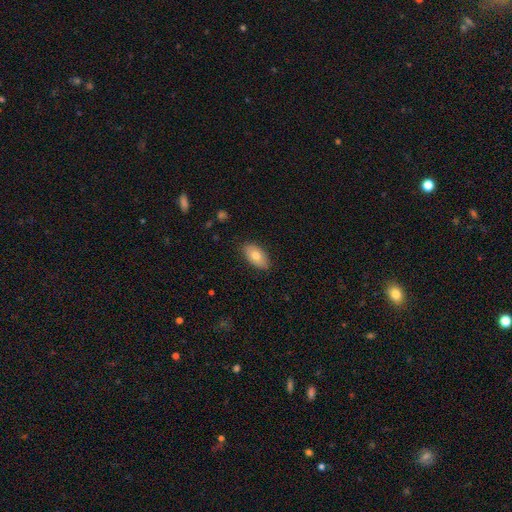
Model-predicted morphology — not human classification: This is likely a smooth galaxy (75%). How rounded: clearly in between (93%). Merging: clearly none (86%).